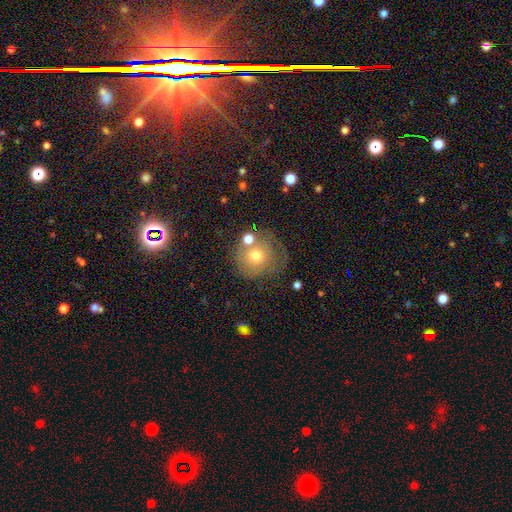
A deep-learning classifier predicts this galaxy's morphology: smooth-or-featured: smooth: 64% | featured or disk: 24% | star or artifact: 12%
  how-rounded: round: 88% | in between: 11% | cigar-shaped: 1%
  merging: none: 55% | minor disturbance: 19% | merger: 15% | major disturbance: 12%